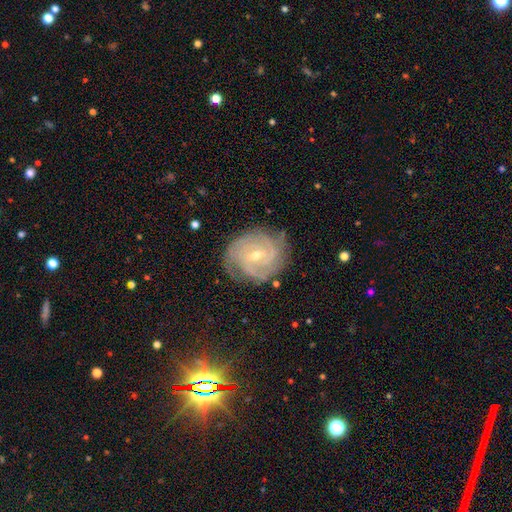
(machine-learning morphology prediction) A featured or disk galaxy (87%) with a weak bar (48%), 3 (27%) tight (73%) spiral arms (97%) and a small central bulge (58%). Merging: none (78%).